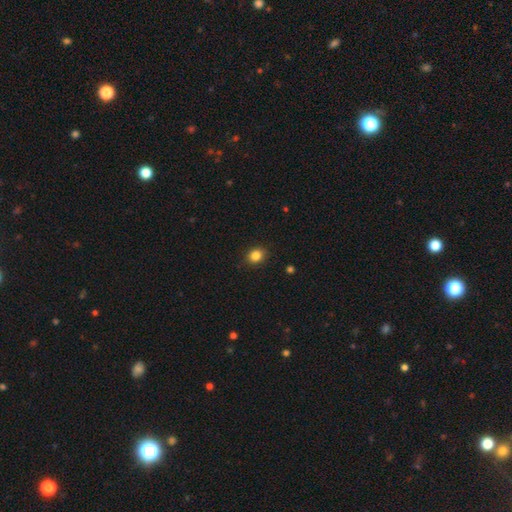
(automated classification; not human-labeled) smooth_or_featured: smooth (p=0.84) [alt: star or artifact p=0.11]
how_rounded: round (p=0.63) [alt: in between p=0.36]
merging: none (p=0.90) [alt: minor disturbance p=0.07]